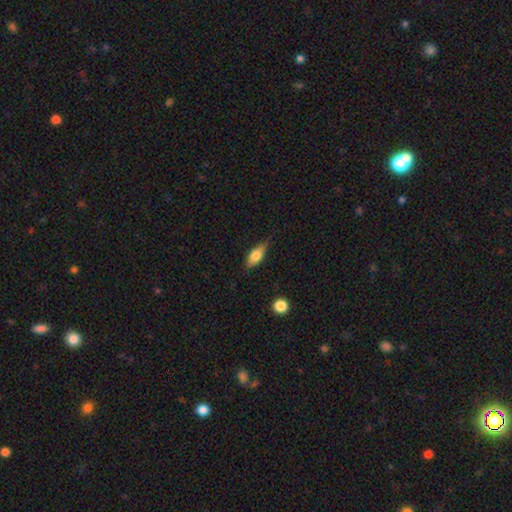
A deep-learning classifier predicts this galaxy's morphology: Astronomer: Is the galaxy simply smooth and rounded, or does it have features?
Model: smooth — 69%.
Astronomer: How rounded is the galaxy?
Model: in between — 75%.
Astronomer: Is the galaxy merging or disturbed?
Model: none — 72%.